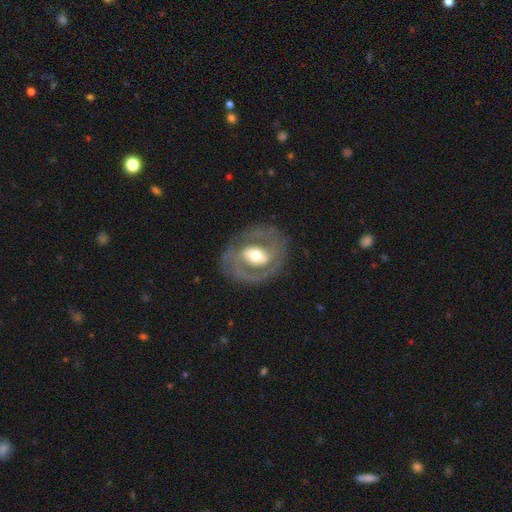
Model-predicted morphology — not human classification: smooth-or-featured: featured or disk: 78% | smooth: 17% | star or artifact: 5%
  disk-edge-on: no: 96% | yes: 4%
    bar: weak: 37% (tied) | strong: 37% (tied) | no: 26%
    has-spiral-arms: yes: 73% | no: 27%
      spiral-winding: medium: 43% | tight: 42% | loose: 15%
      spiral-arm-count: 2: 78% | can't tell: 11% | 1: 6% | 3: 3% | 4: 1% | more than 4: 1%
    bulge-size: moderate: 64% | large: 21% | small: 12% | dominant: 2% | none: 1%
  merging: none: 77% | minor disturbance: 13% | major disturbance: 8% | merger: 1%